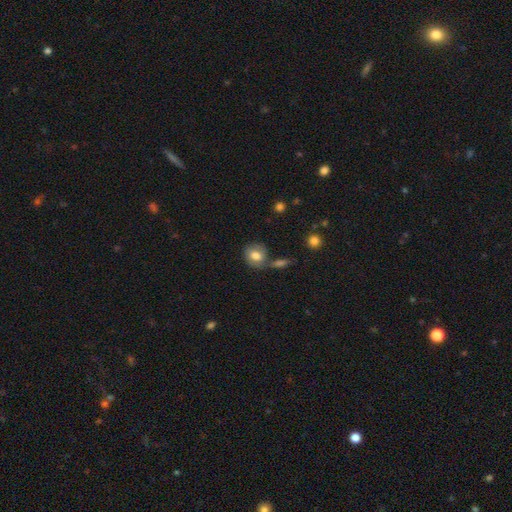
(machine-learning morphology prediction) Q: Smooth or featured?
A: smooth (76%); runner-up: featured or disk (17%)
Q: How rounded?
A: round (69%); runner-up: in between (29%)
Q: Merging?
A: none (56%); runner-up: merger (21%)